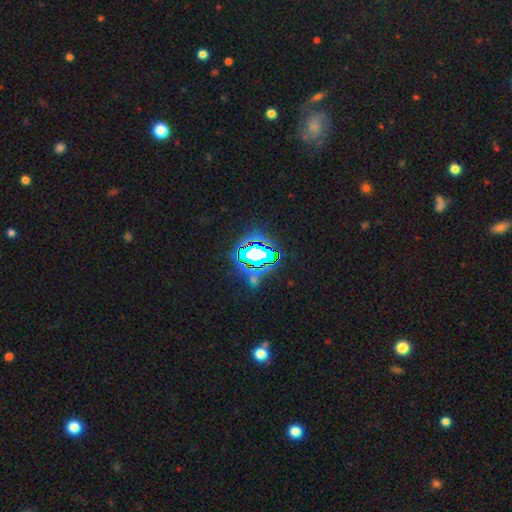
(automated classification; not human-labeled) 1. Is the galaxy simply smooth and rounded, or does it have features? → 68% star or artifact, 17% smooth, 15% featured or disk.